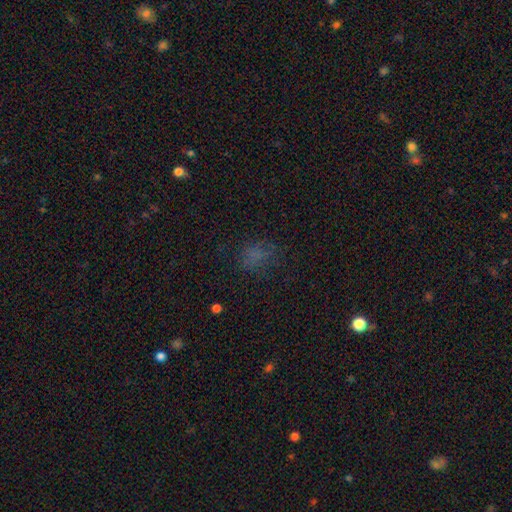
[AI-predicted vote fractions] smooth 60%, star or artifact 27%, featured or disk 13%. Down the decision tree: how rounded — in between (54%); merging — none (64%).